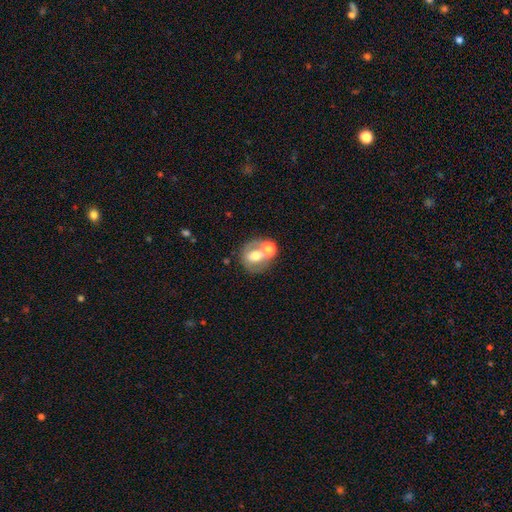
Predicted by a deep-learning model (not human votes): Overall: smooth (50%; featured or disk 40%). Merging: none (46%; merger 36%).